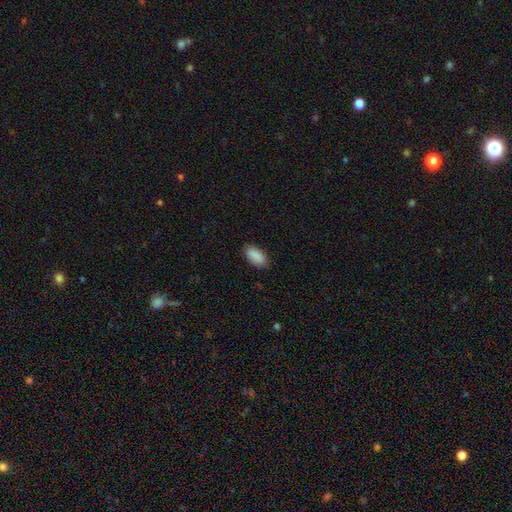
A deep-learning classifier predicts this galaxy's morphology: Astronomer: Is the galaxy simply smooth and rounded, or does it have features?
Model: smooth — 90%.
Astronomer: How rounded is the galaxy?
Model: in between — 93%.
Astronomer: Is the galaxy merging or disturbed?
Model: none — 86%.